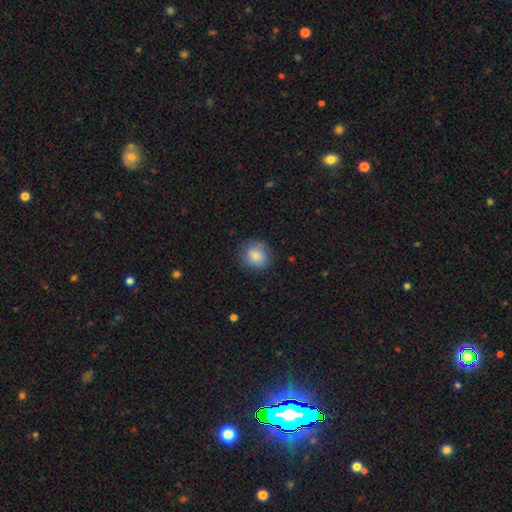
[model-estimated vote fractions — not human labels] This appears to be a smooth galaxy with no disk features (85%) that is round (78%). Merging: none (78%).